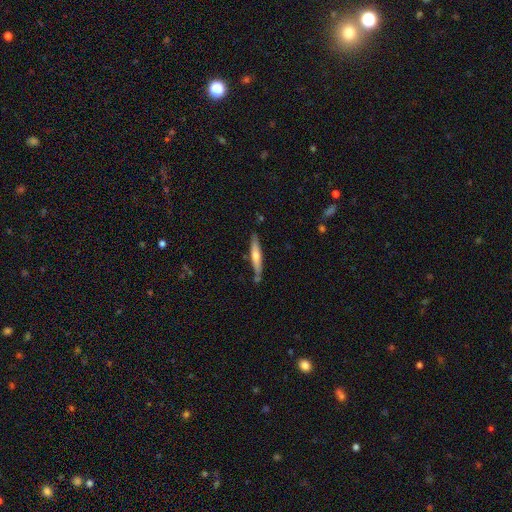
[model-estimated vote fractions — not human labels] Overall: smooth (49%; featured or disk 46%). Merging: none (77%).